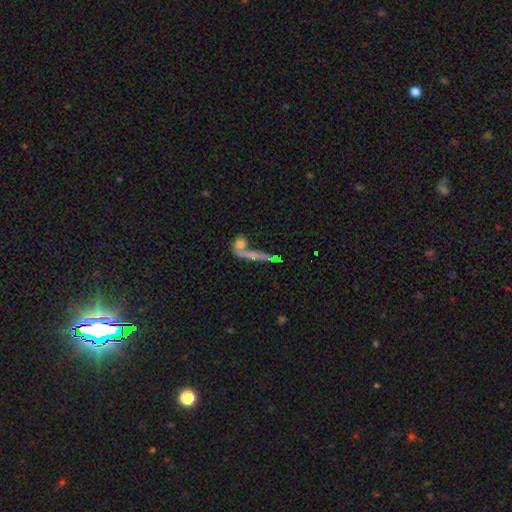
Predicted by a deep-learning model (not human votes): Smooth or featured: smooth — 46% (featured or disk — 42%)
Merging: none — 58% (merger — 26%)